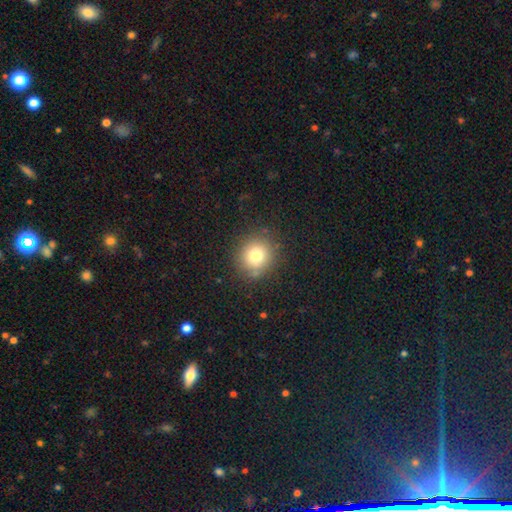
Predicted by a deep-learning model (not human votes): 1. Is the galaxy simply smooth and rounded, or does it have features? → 77% smooth, 13% star or artifact, 10% featured or disk.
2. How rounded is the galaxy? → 89% round, 11% in between, 1% cigar-shaped.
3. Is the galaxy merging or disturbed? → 84% none, 10% minor disturbance, 4% major disturbance, 2% merger.